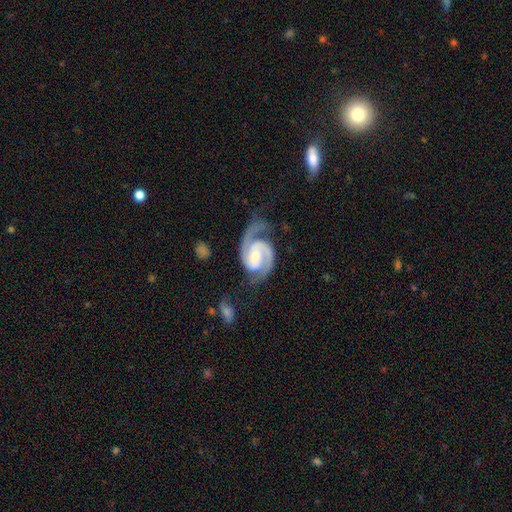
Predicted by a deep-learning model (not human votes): smooth-or-featured: featured or disk: 92% | smooth: 4% | star or artifact: 4%
  disk-edge-on: no: 98% | yes: 2%
    bar: weak: 42% | no: 35% | strong: 23%
    has-spiral-arms: yes: 98% | no: 2%
      spiral-winding: medium: 51% | tight: 39% | loose: 10%
      spiral-arm-count: 2: 91% | 1: 4% | can't tell: 2% | 3: 1% | 4: 1% | more than 4: 1%
    bulge-size: moderate: 41% | small: 39% | none: 10% | large: 9% | dominant: 2%
  merging: none: 63% | minor disturbance: 20% | major disturbance: 14% | merger: 3%